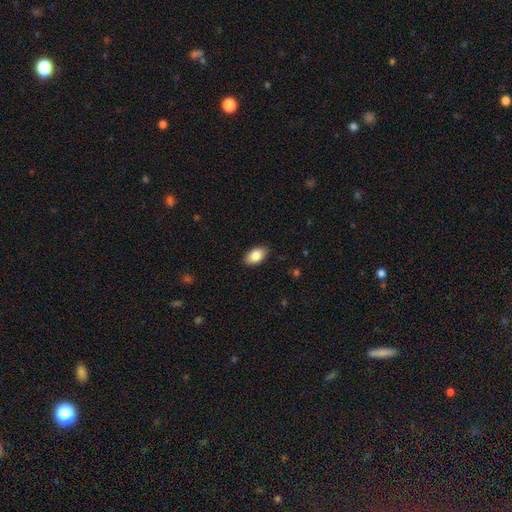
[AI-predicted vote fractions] This appears to be a smooth galaxy with no disk features (85%) that is in between round and cigar-shaped (93%). Merging: none (89%).